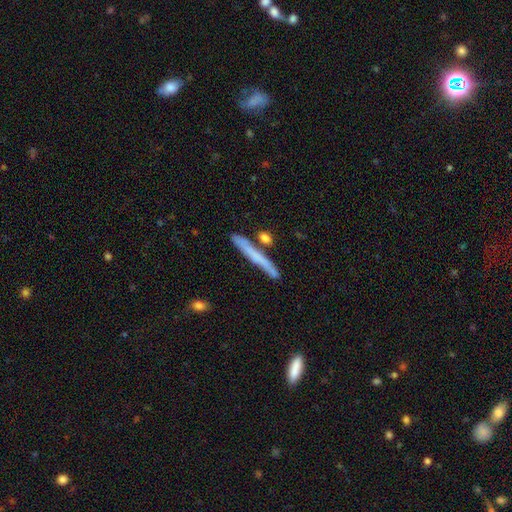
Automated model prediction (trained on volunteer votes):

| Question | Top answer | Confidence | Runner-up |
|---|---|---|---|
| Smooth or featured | smooth | 55% | featured or disk (37%) |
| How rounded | cigar-shaped | 96% | in between (2%) |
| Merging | none | 80% | minor disturbance (11%) |